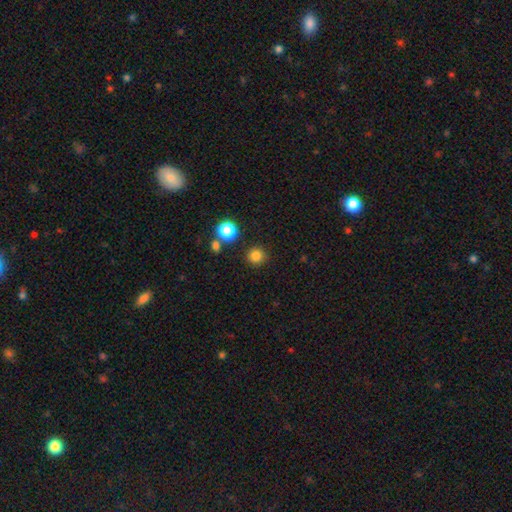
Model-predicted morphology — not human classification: A smooth galaxy with no disk features (82%) that is round (94%). Merging: none (88%).